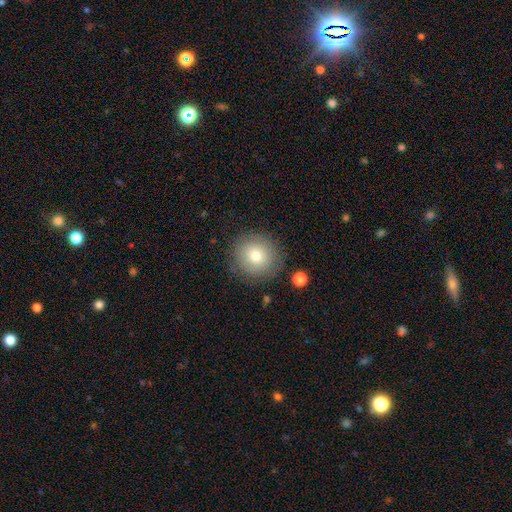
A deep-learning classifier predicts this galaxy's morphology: smooth_or_featured: smooth (p=0.76) [alt: featured or disk p=0.14]
how_rounded: round (p=0.93) [alt: in between p=0.06]
merging: none (p=0.85) [alt: minor disturbance p=0.10]